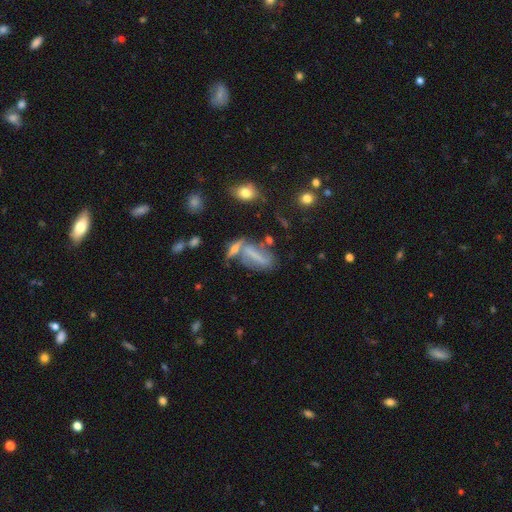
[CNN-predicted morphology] smooth 51%, featured or disk 36%, star or artifact 13%. Down the decision tree: how rounded — in between (52%); merging — none (35%).